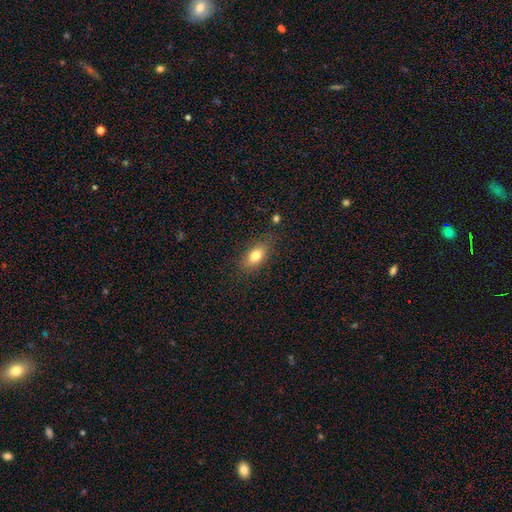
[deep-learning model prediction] Morphology: type=smooth (79%); roundness=in between (83%); merging=none (82%).